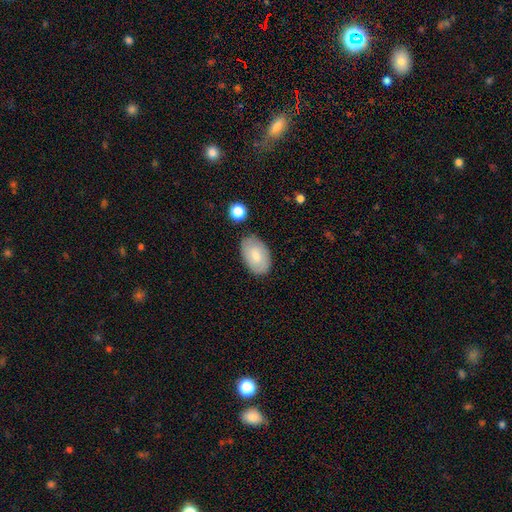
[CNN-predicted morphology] The model was most divided on "smooth or featured": smooth: 70%, featured or disk: 23%, star or artifact: 7%. More confident: how rounded — in between (92%); merging — none (81%).